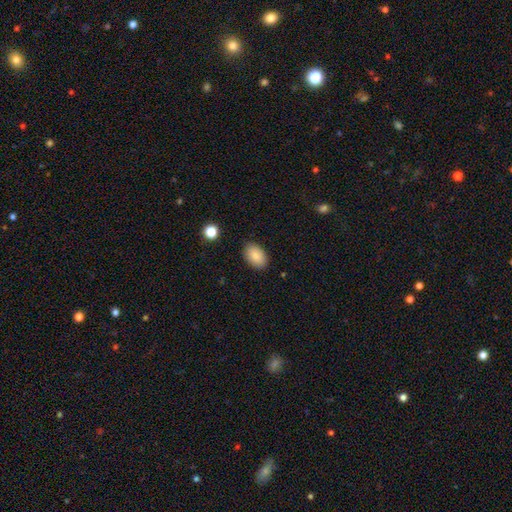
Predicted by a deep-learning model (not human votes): Overall: smooth (87%). How rounded: in between (90%). Merging: none (87%).